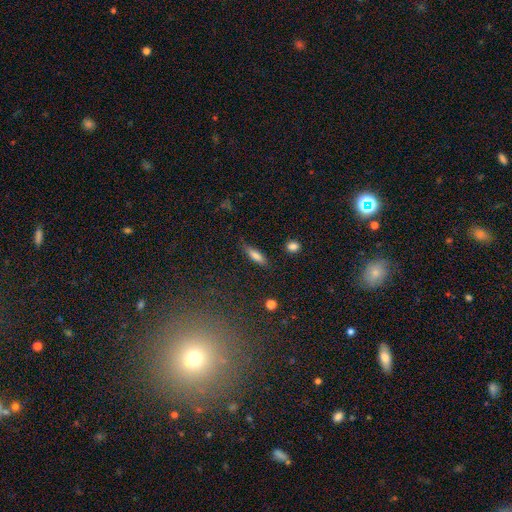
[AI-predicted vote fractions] The model was most divided on "how rounded": cigar-shaped: 60%, in between: 38%, round: 2%. More confident: merging — none (80%); smooth or featured — smooth (78%).